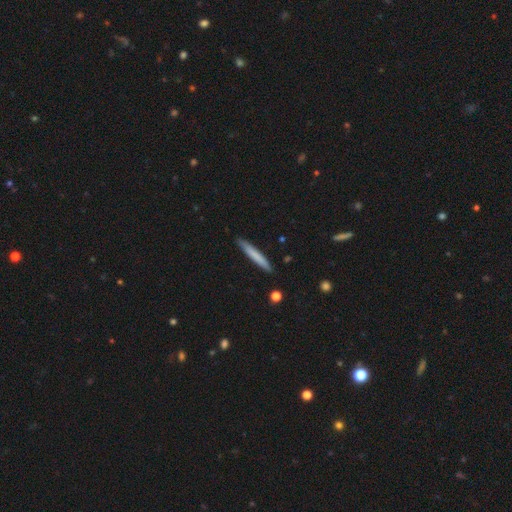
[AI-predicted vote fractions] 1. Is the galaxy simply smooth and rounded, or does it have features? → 73% smooth, 22% featured or disk, 5% star or artifact.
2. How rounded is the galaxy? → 96% cigar-shaped, 3% in between, 1% round.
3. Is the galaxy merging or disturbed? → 90% none, 8% minor disturbance, 1% merger, 1% major disturbance.